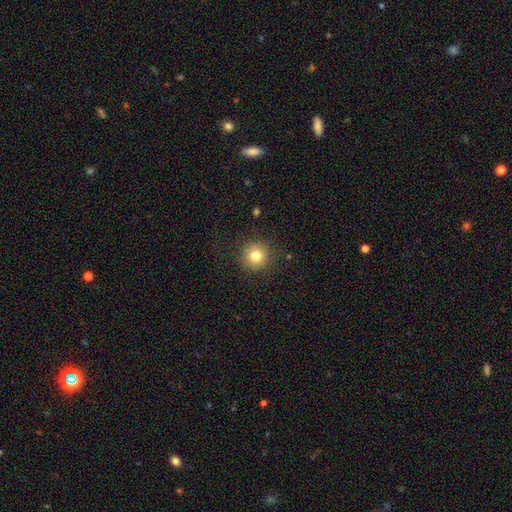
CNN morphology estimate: The model was most divided on "smooth or featured": smooth: 80%, star or artifact: 11%, featured or disk: 9%. More confident: how rounded — round (94%); merging — none (89%).